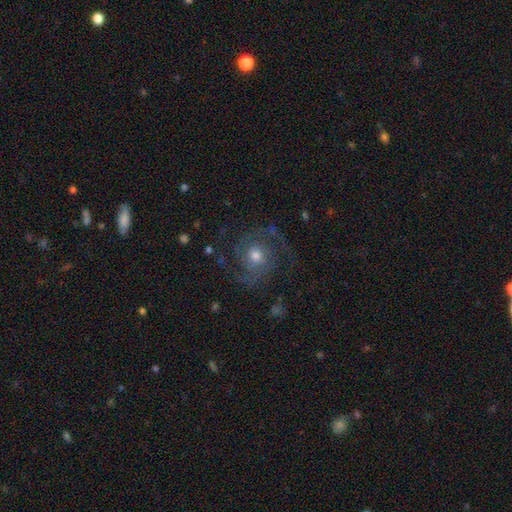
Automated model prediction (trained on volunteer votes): Q: Smooth or featured?
A: featured or disk (84%); runner-up: smooth (8%)
Q: Edge-on disk?
A: no (98%); runner-up: yes (2%)
Q: Bar?
A: no (73%); runner-up: weak (22%)
Q: Spiral arms?
A: yes (96%); runner-up: no (4%)
Q: Spiral winding?
A: medium (51%); runner-up: tight (34%)
Q: Spiral arm count?
A: 2 (67%); runner-up: 3 (14%)
Q: Bulge size?
A: moderate (71%); runner-up: small (18%)
Q: Merging?
A: none (75%); runner-up: minor disturbance (14%)